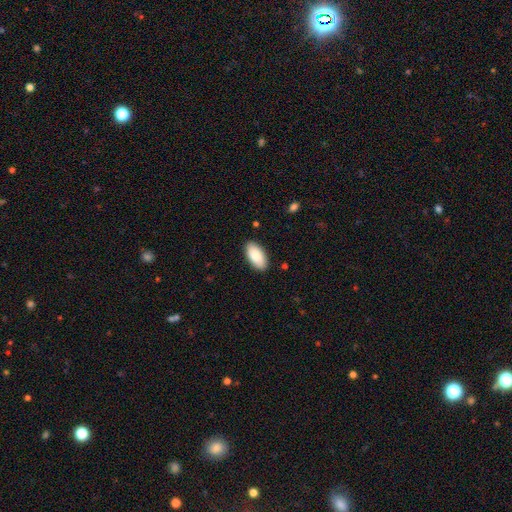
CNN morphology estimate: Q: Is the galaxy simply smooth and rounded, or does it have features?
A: smooth — 86%.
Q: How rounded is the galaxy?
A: in between — 95%.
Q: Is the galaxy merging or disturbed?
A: none — 89%.